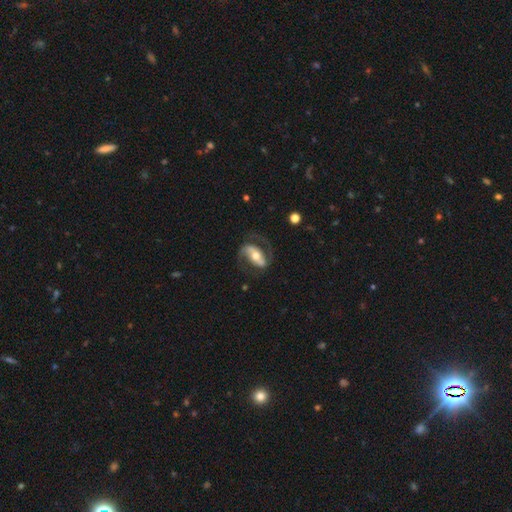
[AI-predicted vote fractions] The model was most divided on "spiral winding": medium: 48%, loose: 33%, tight: 19%. More confident: edge-on disk — no (94%); spiral arms — yes (91%); spiral arm count — 2 (87%); smooth or featured — featured or disk (79%); merging — none (66%); bulge size — moderate (64%); bar — strong (51%).